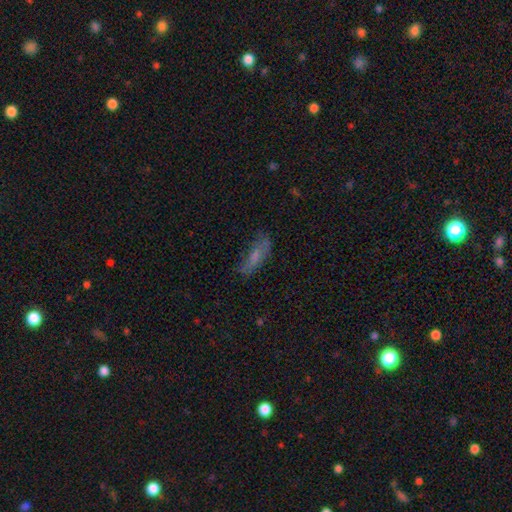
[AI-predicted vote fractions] A smooth galaxy with no disk features (56%) that is in between round and cigar-shaped (57%). Merging: none (50%).